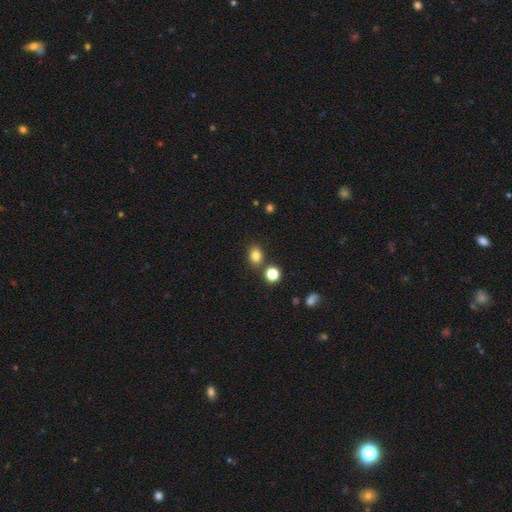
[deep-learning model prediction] A smooth galaxy with no disk features (81%) that is in between round and cigar-shaped (52%). Merging: none (78%).